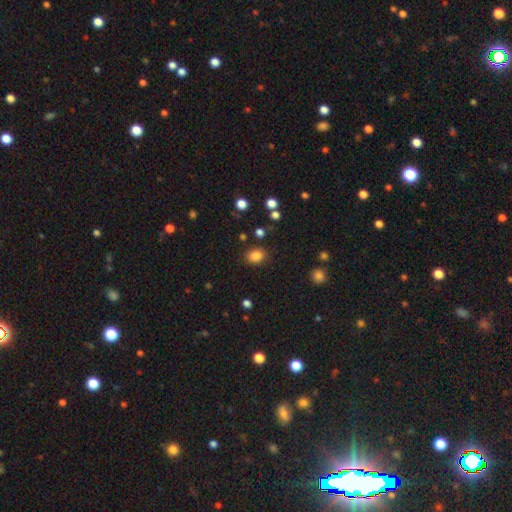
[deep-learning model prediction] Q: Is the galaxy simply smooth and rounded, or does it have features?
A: smooth — 84%.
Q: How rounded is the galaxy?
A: in between — 51%.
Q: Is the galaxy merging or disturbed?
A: none — 83%.